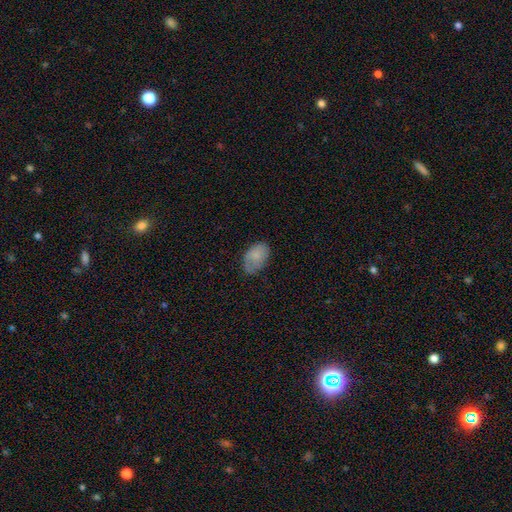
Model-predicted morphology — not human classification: Overall: smooth (76%). How rounded: in between (88%). Merging: none (61%; minor disturbance 29%).